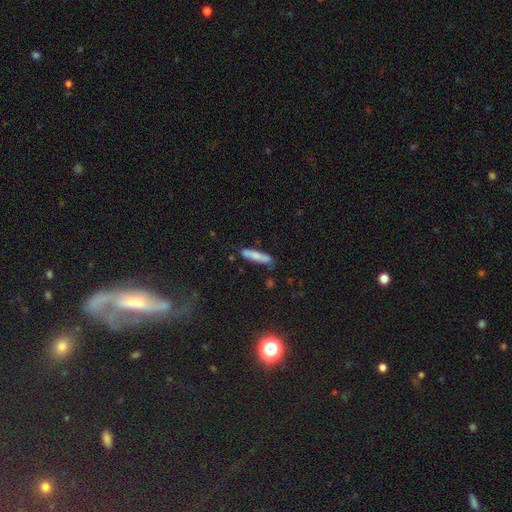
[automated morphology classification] This appears to be a smooth galaxy with no disk features (77%) that is cigar-shaped (79%). Merging: none (78%).